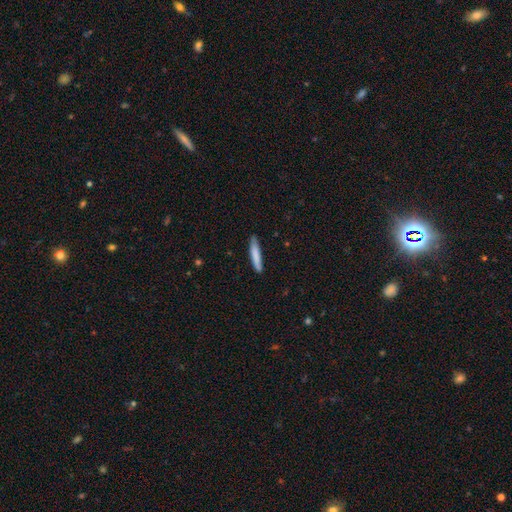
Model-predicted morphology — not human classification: smooth-or-featured: smooth: 80% | featured or disk: 15% | star or artifact: 6%
  how-rounded: cigar-shaped: 92% | in between: 7% | round: 1%
  merging: none: 84% | minor disturbance: 12% | major disturbance: 2% | merger: 1%